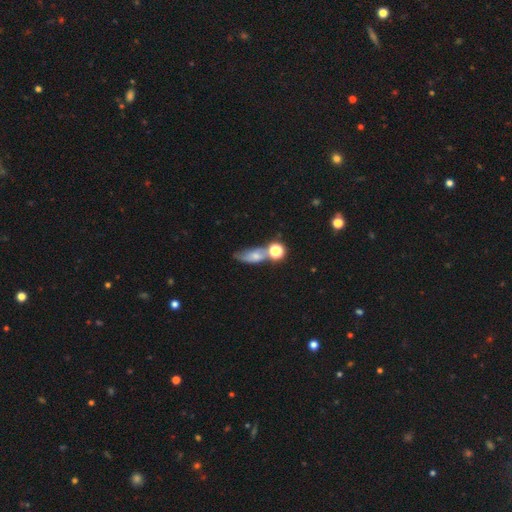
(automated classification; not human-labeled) Smooth or featured? Predicted: smooth (p=0.56). How rounded? Predicted: in between (p=0.59). Merging? Predicted: none (p=0.37).